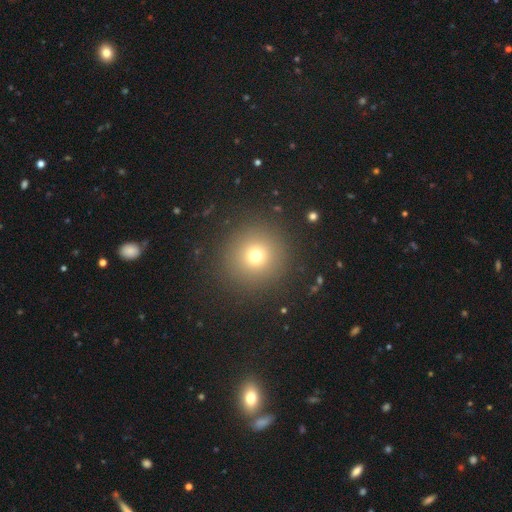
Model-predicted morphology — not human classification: Smooth or featured: smooth — 71% (star or artifact — 19%)
How rounded: round — 95% (in between — 4%)
Merging: none — 89% (minor disturbance — 6%)